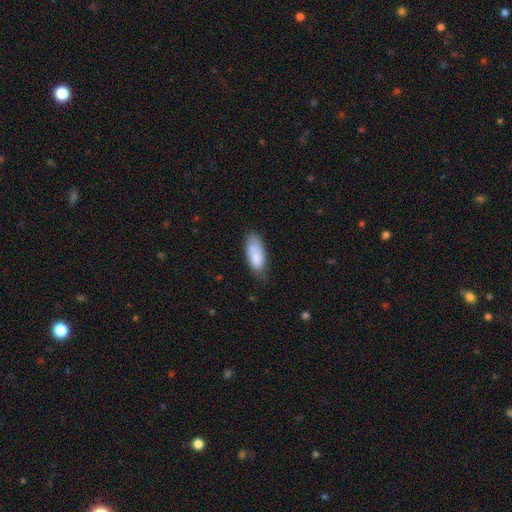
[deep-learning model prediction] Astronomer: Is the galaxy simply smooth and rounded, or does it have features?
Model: smooth — 85%.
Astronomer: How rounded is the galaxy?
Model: in between — 81%.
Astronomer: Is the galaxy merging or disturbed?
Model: none — 66%.